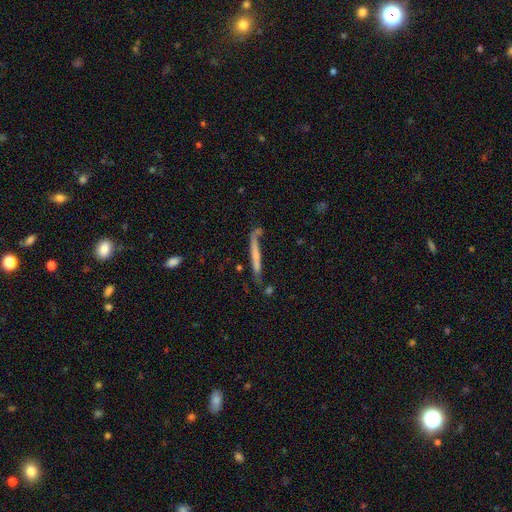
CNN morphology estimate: This appears to be a smooth galaxy with no disk features (49%). Merging: none (59%).